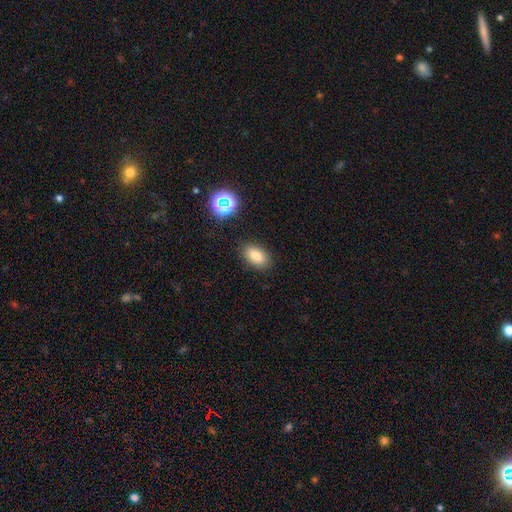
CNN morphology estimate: smooth 82%, star or artifact 11%, featured or disk 6%. Down the decision tree: how rounded — in between (91%); merging — none (87%).